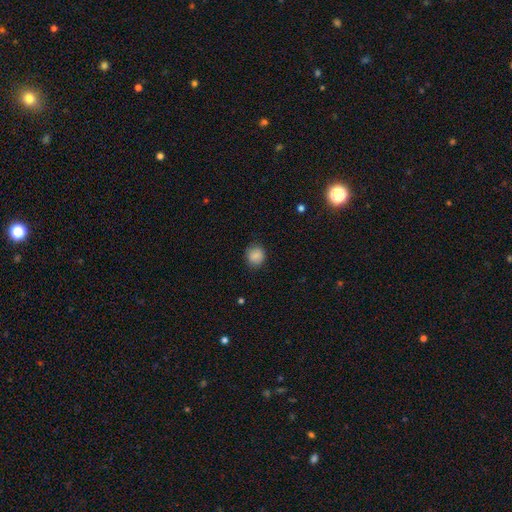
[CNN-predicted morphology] smooth-or-featured: smooth: 86% | star or artifact: 9% | featured or disk: 6%
  how-rounded: round: 85% | in between: 14% | cigar-shaped: 1%
  merging: none: 85% | minor disturbance: 11% | major disturbance: 3% | merger: 1%